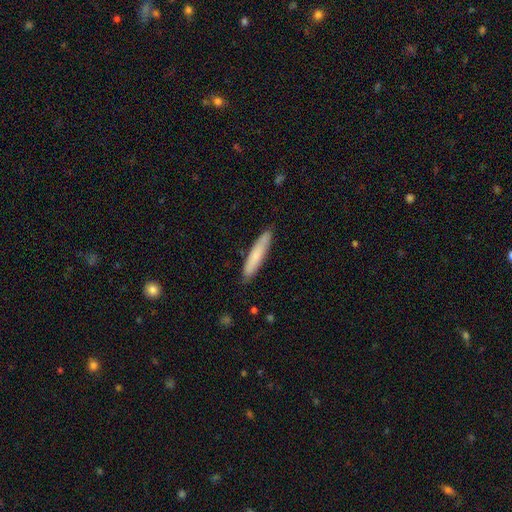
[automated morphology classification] This is likely a smooth galaxy (75%). How rounded: clearly cigar-shaped (88%). Merging: clearly none (86%).